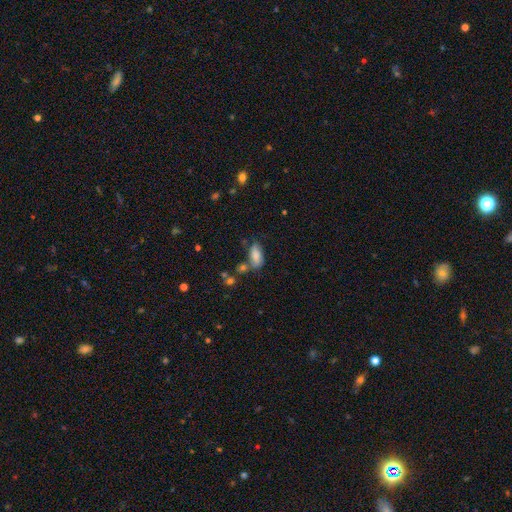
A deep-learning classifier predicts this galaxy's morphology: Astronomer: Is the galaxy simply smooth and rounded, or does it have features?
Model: smooth — 78%.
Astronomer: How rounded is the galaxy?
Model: in between — 88%.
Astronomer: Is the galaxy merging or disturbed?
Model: none — 49% (runner-up: minor disturbance, 27%).